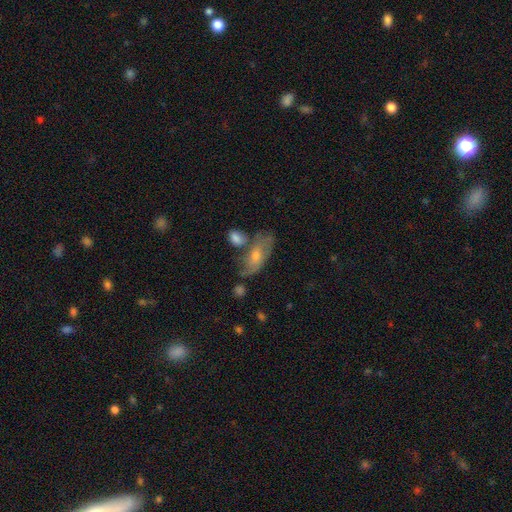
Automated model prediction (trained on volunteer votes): Smooth or featured?
  - smooth: 46% *
  - featured or disk: 45%
  - star or artifact: 9%
Merging?
  - none: 50% *
  - minor disturbance: 21%
  - merger: 19%
  - major disturbance: 10%